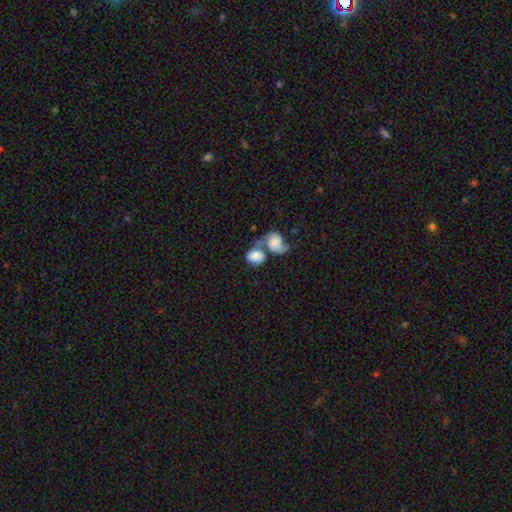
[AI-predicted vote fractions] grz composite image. It shows a smooth galaxy with no disk features (73%) that is in between round and cigar-shaped (56%). Merging: merger (65%).